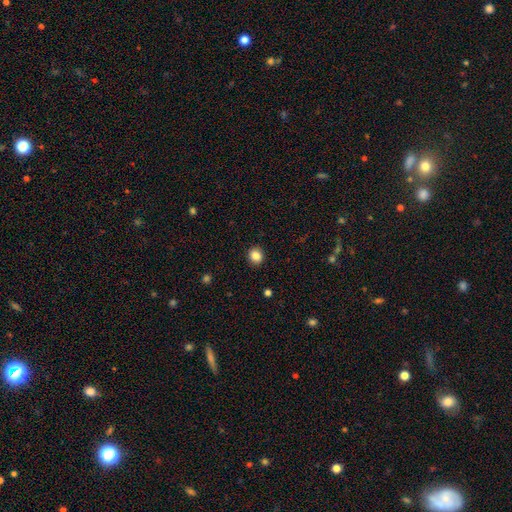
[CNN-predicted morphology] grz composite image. It shows a smooth galaxy with no disk features (86%) that is round (83%). Merging: none (91%).